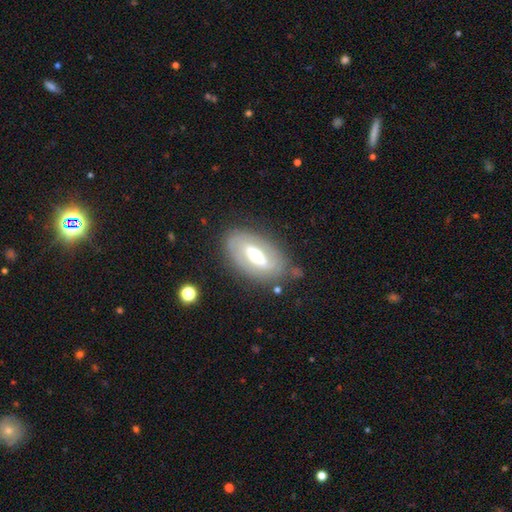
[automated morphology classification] smooth_or_featured: featured or disk (p=0.65) [alt: smooth p=0.29]
disk_edge_on: no (p=0.88) [alt: yes p=0.12]
bar: weak (p=0.35) [alt: strong p=0.34]
has_spiral_arms: no (p=0.53) [alt: yes p=0.47]
bulge_size: moderate (p=0.70) [alt: small p=0.17]
merging: none (p=0.76) [alt: minor disturbance p=0.15]